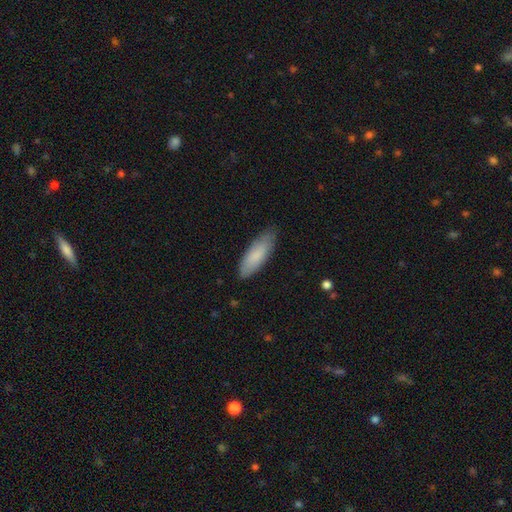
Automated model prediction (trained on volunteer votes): A smooth galaxy with no disk features (84%) that is in between round and cigar-shaped (59%). Merging: none (79%).